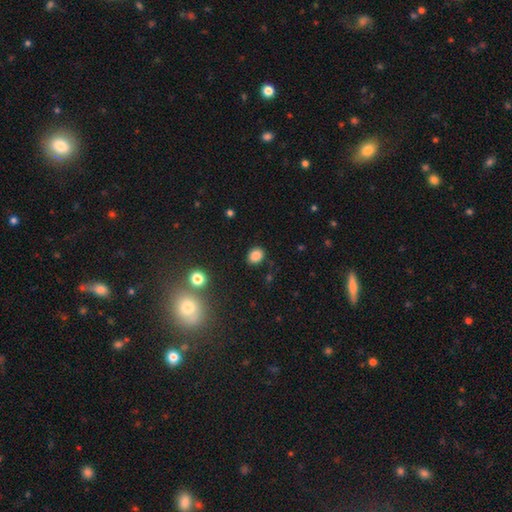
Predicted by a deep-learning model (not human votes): A smooth galaxy with no disk features (84%) that is in between round and cigar-shaped (57%).

Vote fractions:
- Smooth or featured? smooth: 84% / star or artifact: 12% / featured or disk: 4%
- How rounded? in between: 57% / round: 42% / cigar-shaped: 1%
- Merging? none: 86% / minor disturbance: 10% / major disturbance: 3% / merger: 2%